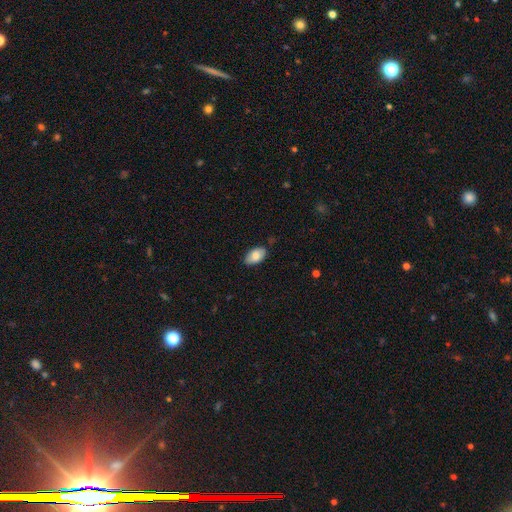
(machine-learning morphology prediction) A smooth galaxy with no disk features (78%) that is in between round and cigar-shaped (94%). Merging: none (81%).